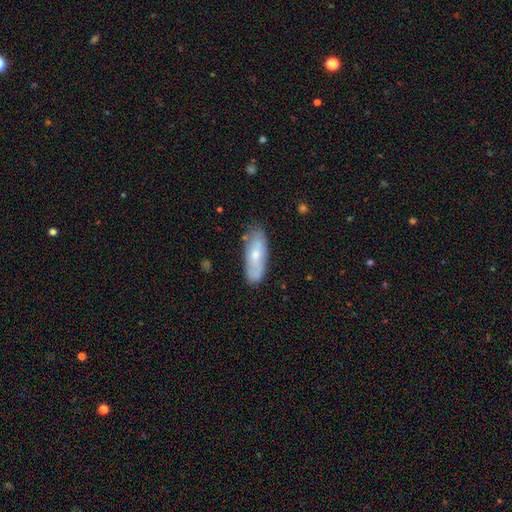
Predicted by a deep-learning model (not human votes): This appears to be a smooth galaxy with no disk features (61%) that is in between round and cigar-shaped (66%). Merging: none (74%).